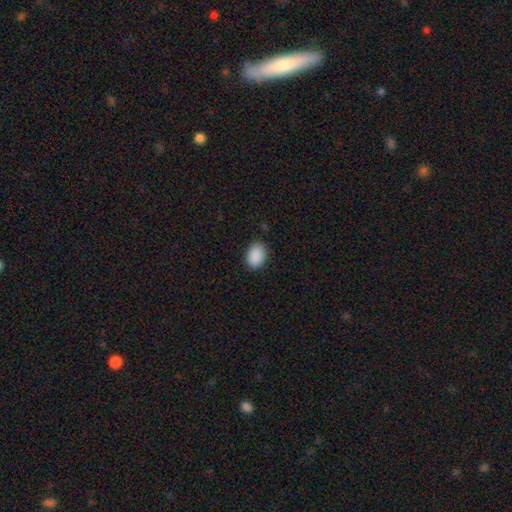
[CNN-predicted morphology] Smooth or featured?
  - smooth: 90% *
  - star or artifact: 7%
  - featured or disk: 2%
How rounded?
  - in between: 77% *
  - round: 22%
  - cigar-shaped: 1%
Merging?
  - none: 86% *
  - minor disturbance: 10%
  - major disturbance: 2%
  - merger: 1%